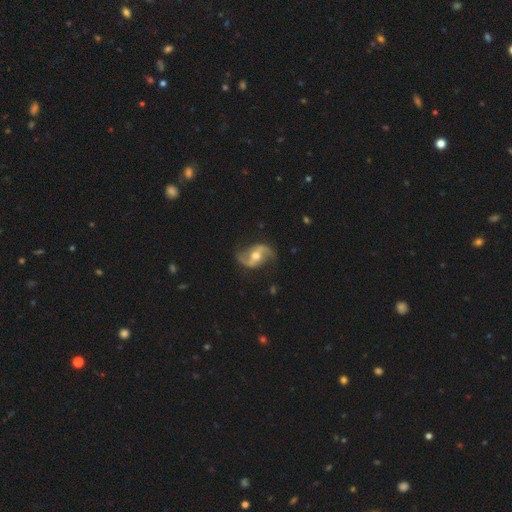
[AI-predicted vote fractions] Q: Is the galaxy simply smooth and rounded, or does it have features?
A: featured or disk — 88%.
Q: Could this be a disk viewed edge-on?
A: no — 97%.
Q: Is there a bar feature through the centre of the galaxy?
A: weak — 42%.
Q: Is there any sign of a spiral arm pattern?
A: yes — 95%.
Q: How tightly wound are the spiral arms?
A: loose — 63%.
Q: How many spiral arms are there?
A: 2 — 94%.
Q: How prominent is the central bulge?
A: moderate — 72%.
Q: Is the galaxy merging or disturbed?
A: none — 80%.